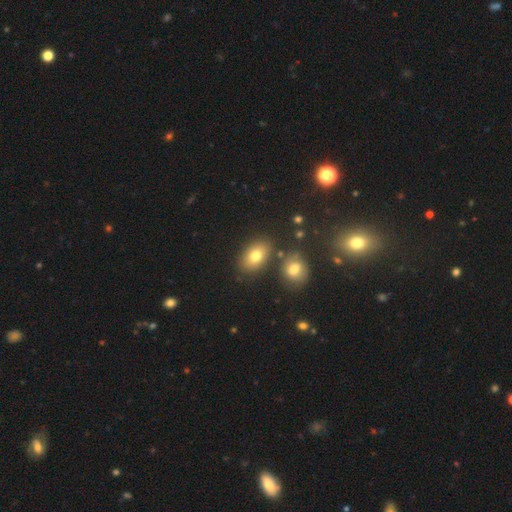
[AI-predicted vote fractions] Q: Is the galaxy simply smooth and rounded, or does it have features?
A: smooth — 77%.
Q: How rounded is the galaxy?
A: in between — 83%.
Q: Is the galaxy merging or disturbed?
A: none — 77%.